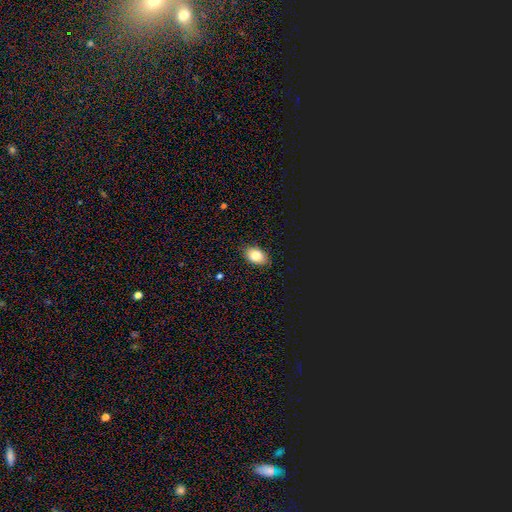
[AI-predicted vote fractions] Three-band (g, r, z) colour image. It shows a smooth galaxy with no disk features (80%) that is in between round and cigar-shaped (83%). Merging: none (84%).